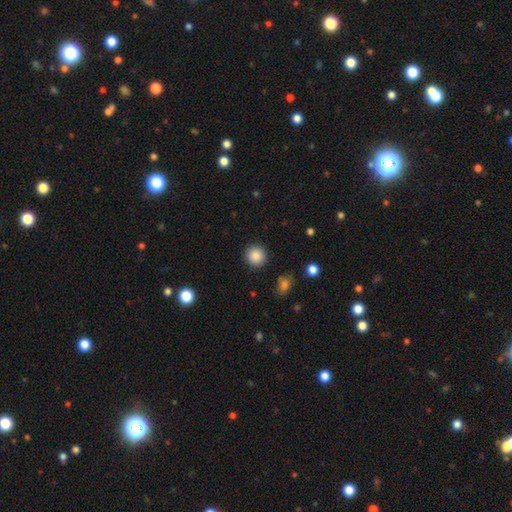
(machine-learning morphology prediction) Smooth or featured?
  - smooth: 88% *
  - star or artifact: 9%
  - featured or disk: 4%
How rounded?
  - round: 94% *
  - in between: 5%
  - cigar-shaped: 1%
Merging?
  - none: 92% *
  - minor disturbance: 5%
  - major disturbance: 2%
  - merger: 1%